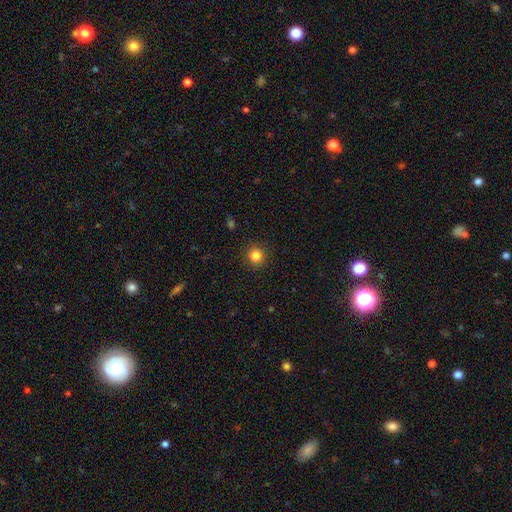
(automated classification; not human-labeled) Q: Smooth or featured?
A: smooth (84%); runner-up: star or artifact (12%)
Q: How rounded?
A: round (94%); runner-up: in between (5%)
Q: Merging?
A: none (91%); runner-up: minor disturbance (6%)